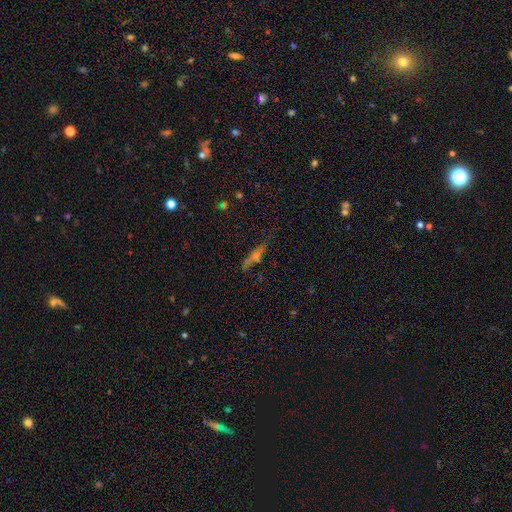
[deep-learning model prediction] Smooth or featured? Predicted: featured or disk (p=0.47). Merging? Predicted: none (p=0.66).